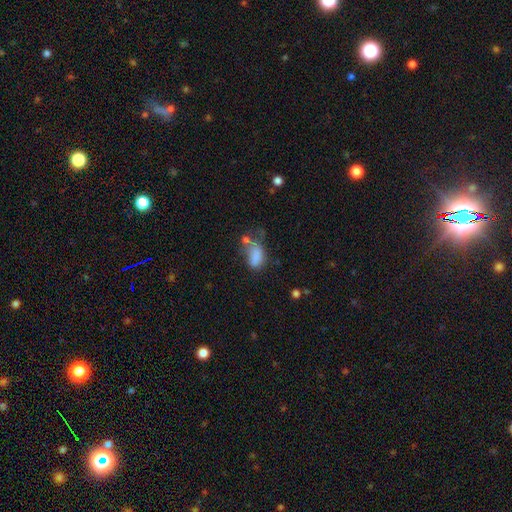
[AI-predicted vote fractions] This is likely a smooth galaxy (73%). How rounded: clearly in between (88%). Merging: marginally major disturbance (34%).